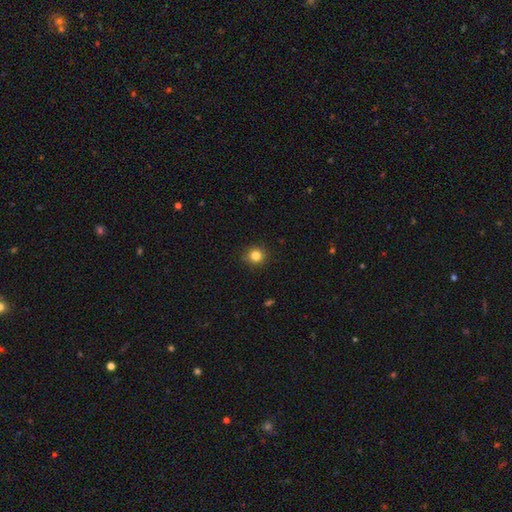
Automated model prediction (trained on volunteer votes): Smooth or featured: smooth — 83% (star or artifact — 12%)
How rounded: round — 92% (in between — 7%)
Merging: none — 90% (minor disturbance — 7%)